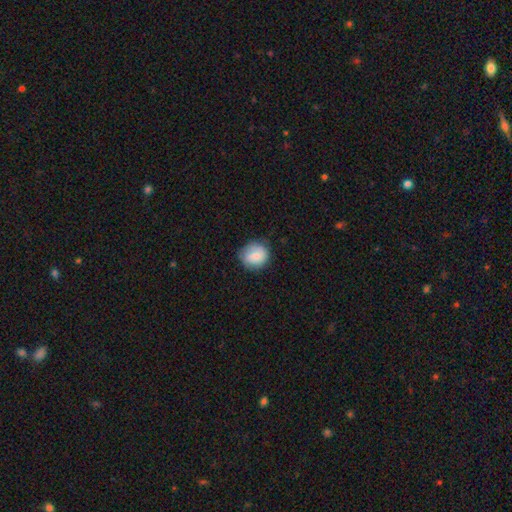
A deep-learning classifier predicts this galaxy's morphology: Smooth or featured?
  - smooth: 79% *
  - featured or disk: 14%
  - star or artifact: 7%
How rounded?
  - round: 77% *
  - in between: 22%
  - cigar-shaped: 1%
Merging?
  - none: 74% *
  - minor disturbance: 20%
  - major disturbance: 5%
  - merger: 1%